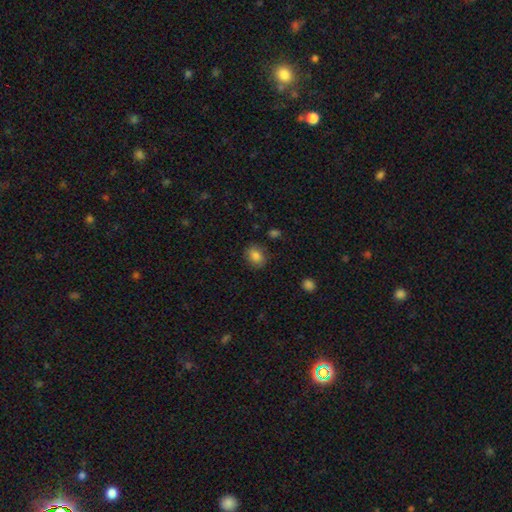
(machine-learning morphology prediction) This is clearly a smooth galaxy (85%). How rounded: possibly in between (54%). Merging: clearly none (84%).